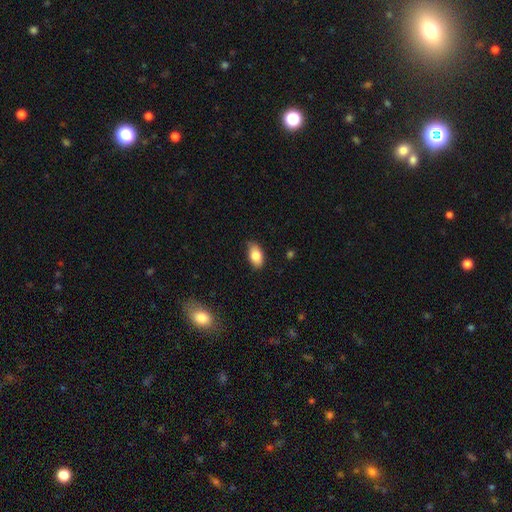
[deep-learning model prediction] Smooth or featured?
  - smooth: 83% *
  - featured or disk: 10%
  - star or artifact: 8%
How rounded?
  - in between: 91% *
  - round: 7%
  - cigar-shaped: 2%
Merging?
  - none: 76% *
  - minor disturbance: 20%
  - major disturbance: 3%
  - merger: 1%